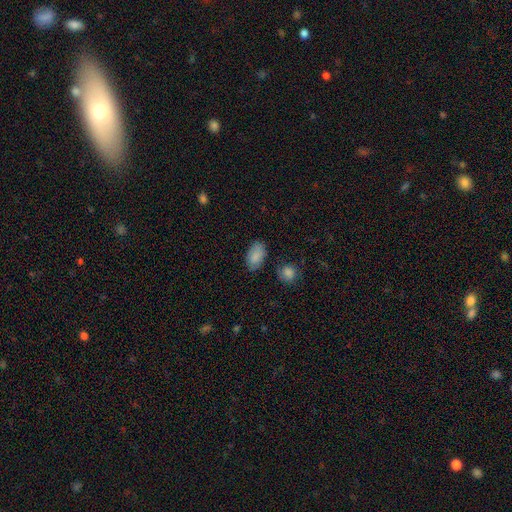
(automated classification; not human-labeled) smooth-or-featured: smooth: 85% | star or artifact: 8% | featured or disk: 7%
  how-rounded: in between: 92% | round: 6% | cigar-shaped: 2%
  merging: none: 73% | minor disturbance: 20% | major disturbance: 4% | merger: 3%